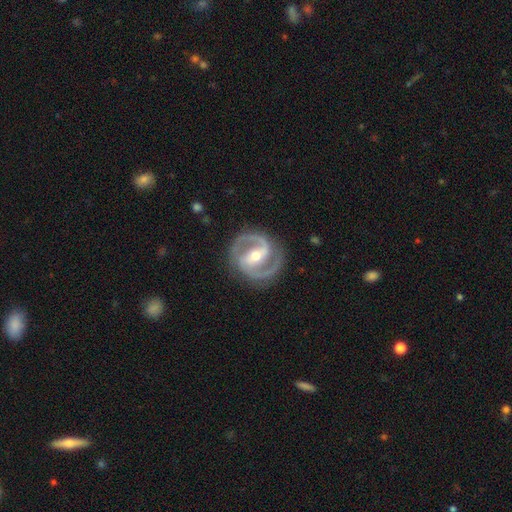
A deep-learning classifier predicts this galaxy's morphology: Overall: featured or disk (93%). Edge-on disk: no (98%). Bar: strong (51%; weak 34%). Spiral arms: yes (98%). Spiral arm count: 2 (93%). Spiral winding: medium (57%; tight 35%). Bulge size: moderate (61%; small 35%). Merging: none (86%).